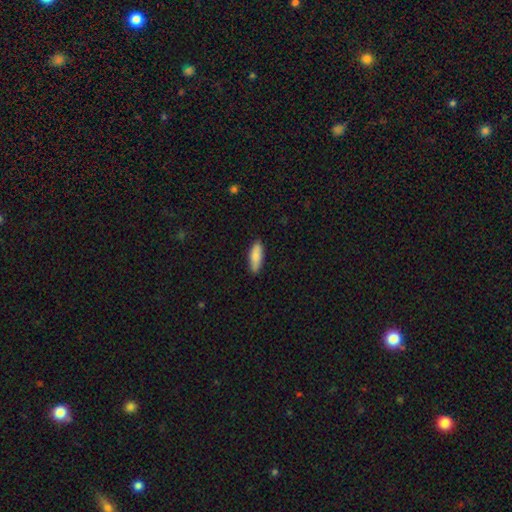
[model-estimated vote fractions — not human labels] Q: Smooth or featured?
A: smooth (85%); runner-up: featured or disk (9%)
Q: How rounded?
A: in between (59%); runner-up: cigar-shaped (39%)
Q: Merging?
A: none (87%); runner-up: minor disturbance (10%)